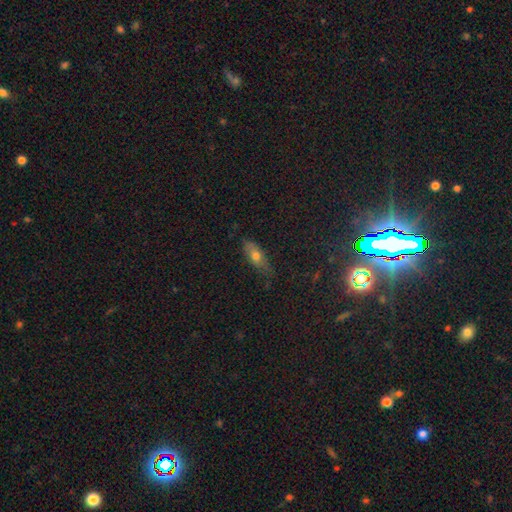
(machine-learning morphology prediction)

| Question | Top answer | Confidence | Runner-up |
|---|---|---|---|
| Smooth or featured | smooth | 62% | featured or disk (28%) |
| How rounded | in between | 62% | cigar-shaped (34%) |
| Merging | none | 73% | minor disturbance (22%) |